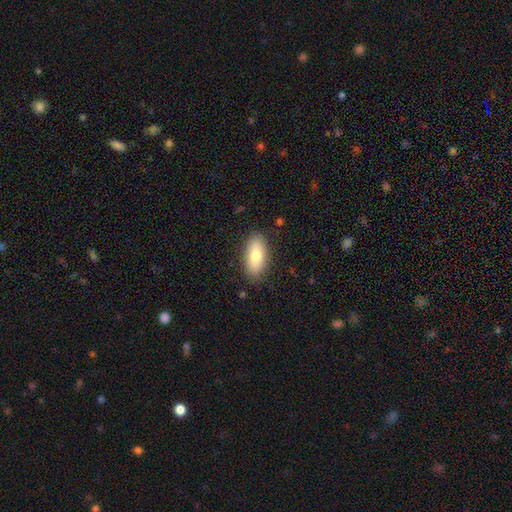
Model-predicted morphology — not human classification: This appears to be a smooth galaxy with no disk features (77%) that is in between round and cigar-shaped (88%). Merging: none (86%).